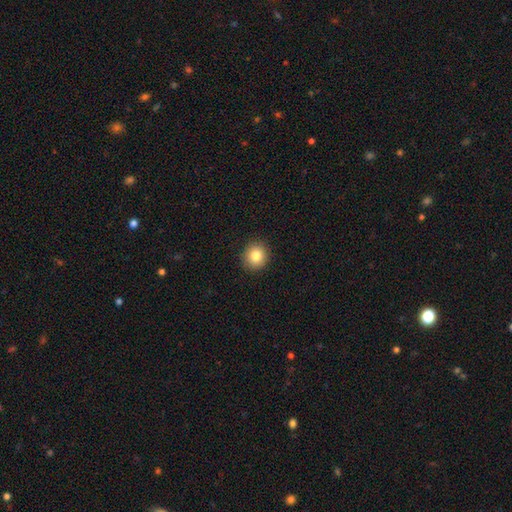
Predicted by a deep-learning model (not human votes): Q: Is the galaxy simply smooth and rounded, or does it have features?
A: smooth — 83%.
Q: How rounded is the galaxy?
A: round — 87%.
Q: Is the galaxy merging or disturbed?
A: none — 91%.